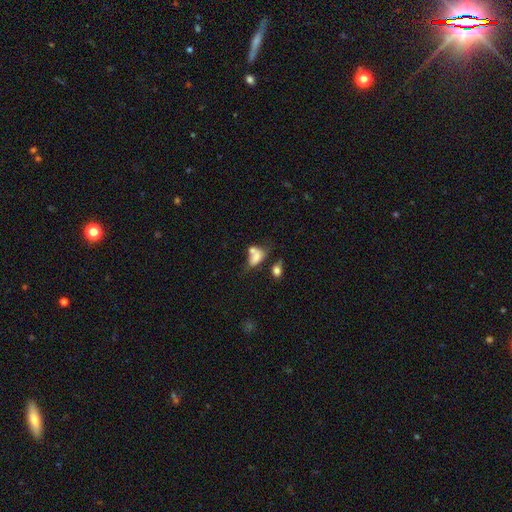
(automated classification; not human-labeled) smooth-or-featured: smooth: 68% | featured or disk: 21% | star or artifact: 11%
  how-rounded: in between: 80% | round: 17% | cigar-shaped: 3%
  merging: merger: 44% | none: 22% | major disturbance: 18% | minor disturbance: 16%